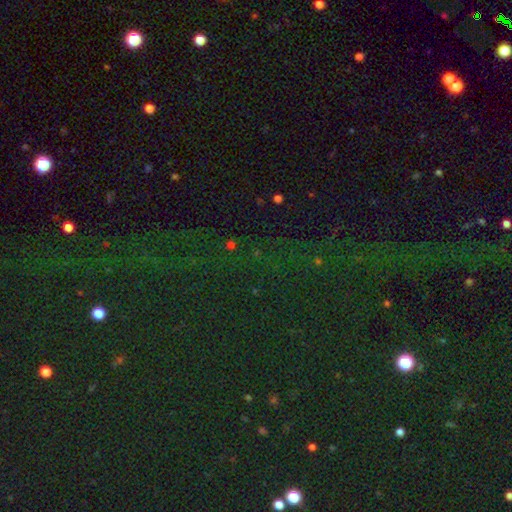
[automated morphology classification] Smooth or featured?
  - star or artifact: 80% *
  - smooth: 11%
  - featured or disk: 9%